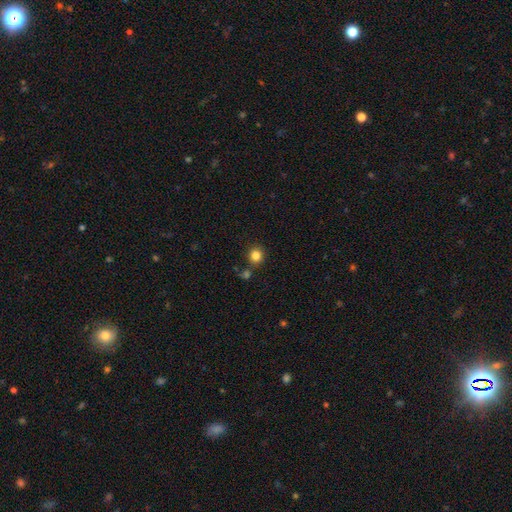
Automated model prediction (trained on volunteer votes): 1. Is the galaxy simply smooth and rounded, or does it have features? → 84% smooth, 12% star or artifact, 5% featured or disk.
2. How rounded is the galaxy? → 91% round, 9% in between, 1% cigar-shaped.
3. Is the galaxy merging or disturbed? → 82% none, 8% minor disturbance, 8% merger, 3% major disturbance.